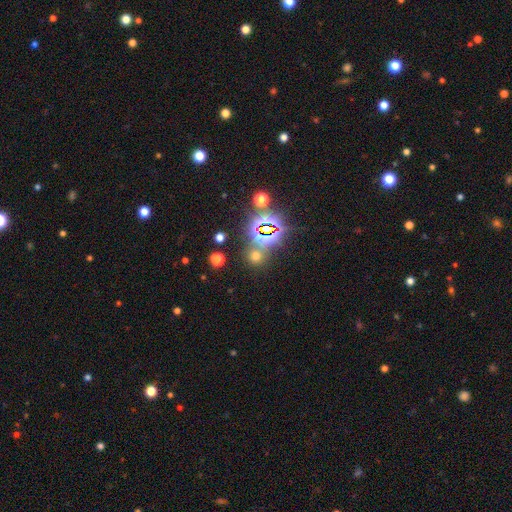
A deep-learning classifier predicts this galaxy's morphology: Smooth or featured?
  - smooth: 49% *
  - star or artifact: 44%
  - featured or disk: 7%
Merging?
  - none: 73% *
  - merger: 14%
  - minor disturbance: 8%
  - major disturbance: 5%